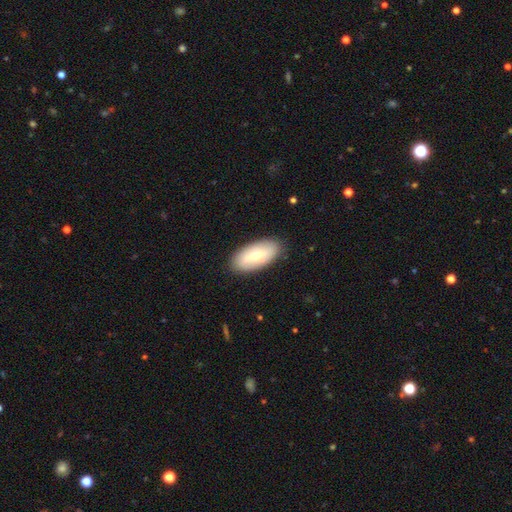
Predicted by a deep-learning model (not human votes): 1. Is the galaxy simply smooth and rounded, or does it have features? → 60% smooth, 34% featured or disk, 6% star or artifact.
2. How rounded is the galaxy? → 92% in between, 5% cigar-shaped, 3% round.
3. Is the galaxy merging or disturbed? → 87% none, 9% minor disturbance, 2% major disturbance, 1% merger.